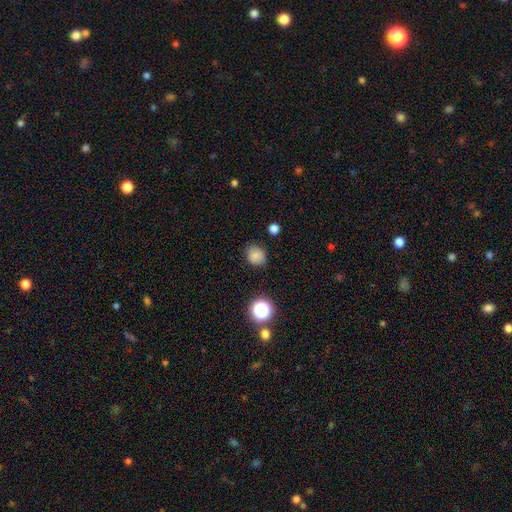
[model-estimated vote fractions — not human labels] Smooth or featured? smooth (80%)
How rounded? round (69%)
Merging? none (82%)